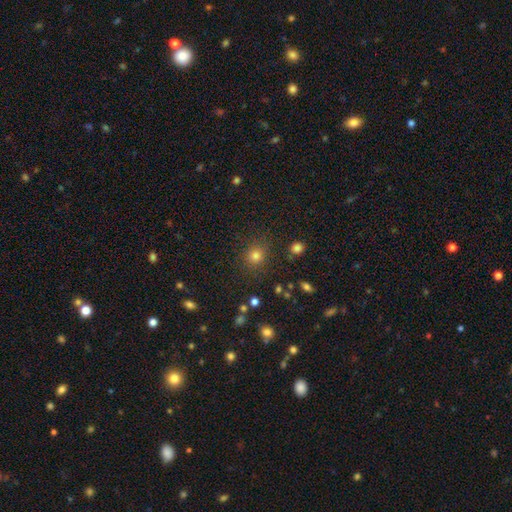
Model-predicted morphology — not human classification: Smooth or featured: smooth — 77% (star or artifact — 17%)
How rounded: round — 86% (in between — 13%)
Merging: none — 84% (minor disturbance — 9%)